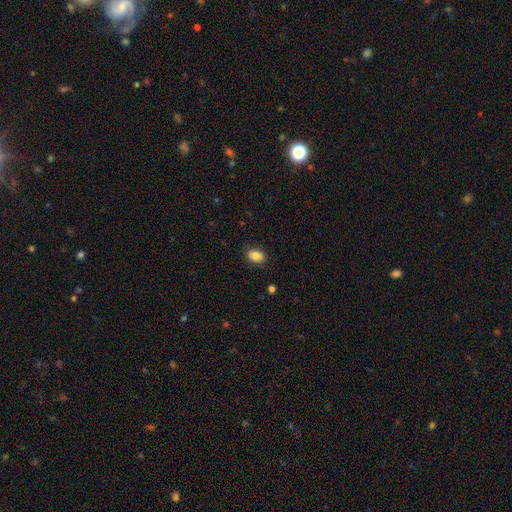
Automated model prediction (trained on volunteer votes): Smooth or featured? Predicted: smooth (p=0.86). How rounded? Predicted: in between (p=0.79). Merging? Predicted: none (p=0.85).